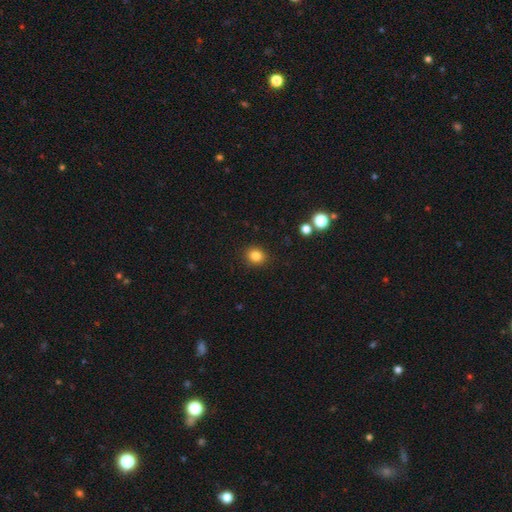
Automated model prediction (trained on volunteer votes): Smooth or featured: smooth — 83% (star or artifact — 11%)
How rounded: round — 71% (in between — 28%)
Merging: none — 90% (minor disturbance — 7%)